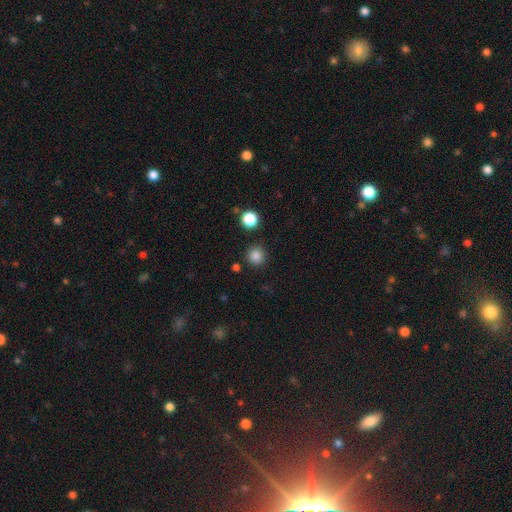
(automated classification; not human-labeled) A smooth galaxy with no disk features (84%) that is round (95%). Merging: none (89%).